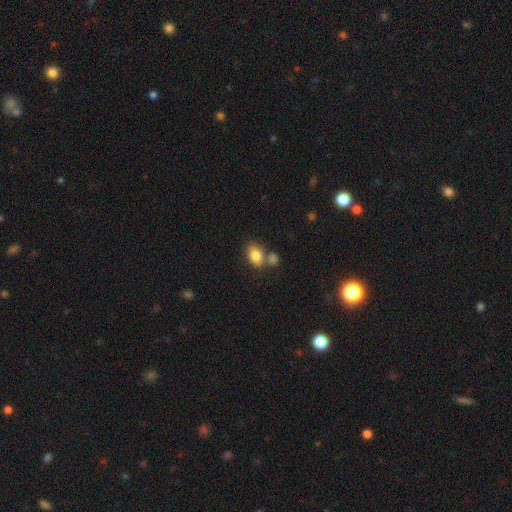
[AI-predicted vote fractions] Smooth or featured? smooth (83%)
How rounded? in between (76%)
Merging? none (53%)